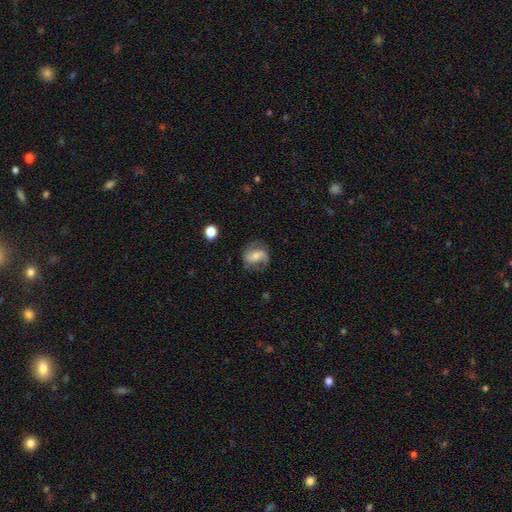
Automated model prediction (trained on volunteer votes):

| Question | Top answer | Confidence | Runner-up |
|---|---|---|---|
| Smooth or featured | featured or disk | 68% | smooth (24%) |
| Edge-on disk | no | 97% | yes (3%) |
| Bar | weak | 40% | no (38%) |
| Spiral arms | yes | 90% | no (10%) |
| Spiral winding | medium | 40% | tied: loose (40%) |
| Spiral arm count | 2 | 80% | 1 (9%) |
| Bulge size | moderate | 48% | small (44%) |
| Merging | none | 69% | minor disturbance (20%) |